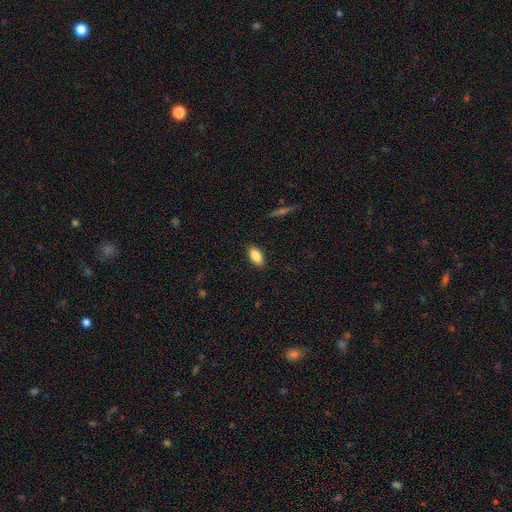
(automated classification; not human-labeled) smooth_or_featured: smooth (p=0.87) [alt: star or artifact p=0.07]
how_rounded: in between (p=0.91) [alt: cigar-shaped p=0.06]
merging: none (p=0.87) [alt: minor disturbance p=0.09]